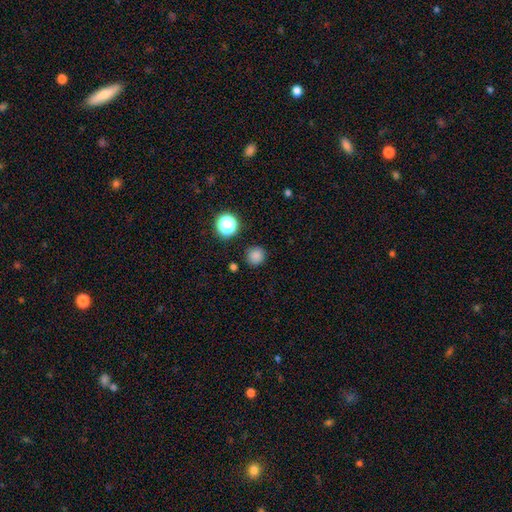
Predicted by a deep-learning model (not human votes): smooth 81%, star or artifact 15%, featured or disk 4%. Down the decision tree: how rounded — round (93%); merging — none (87%).